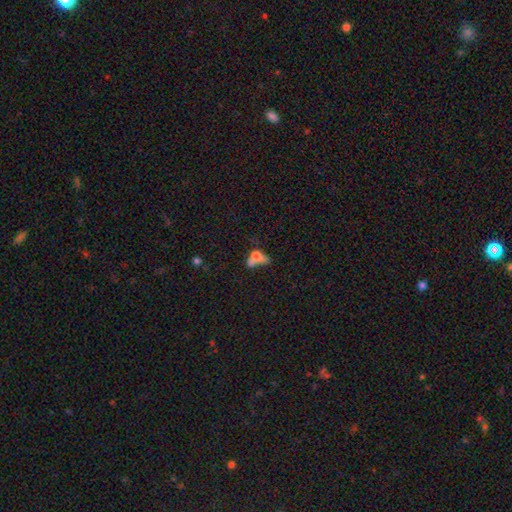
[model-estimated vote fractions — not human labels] Smooth or featured: smooth — 60% (featured or disk — 27%)
How rounded: in between — 62% (round — 29%)
Merging: merger — 52% (none — 18%)